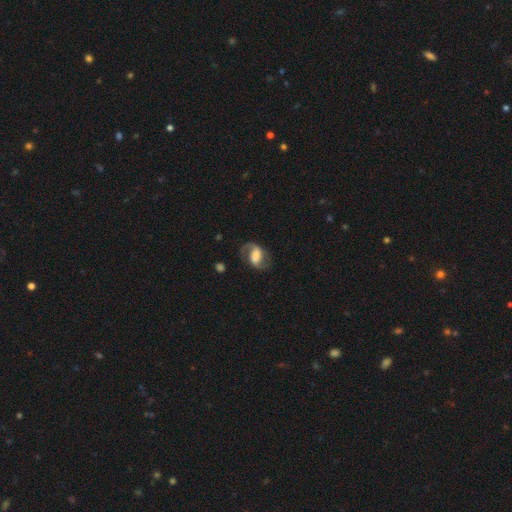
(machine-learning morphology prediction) Q: Smooth or featured?
A: featured or disk (75%); runner-up: smooth (19%)
Q: Edge-on disk?
A: no (97%); runner-up: yes (3%)
Q: Bar?
A: weak (42%); runner-up: strong (34%)
Q: Spiral arms?
A: yes (93%); runner-up: no (7%)
Q: Spiral winding?
A: medium (46%); runner-up: loose (41%)
Q: Spiral arm count?
A: 2 (86%); runner-up: 1 (8%)
Q: Bulge size?
A: large (36%); runner-up: moderate (27%)
Q: Merging?
A: none (71%); runner-up: minor disturbance (16%)